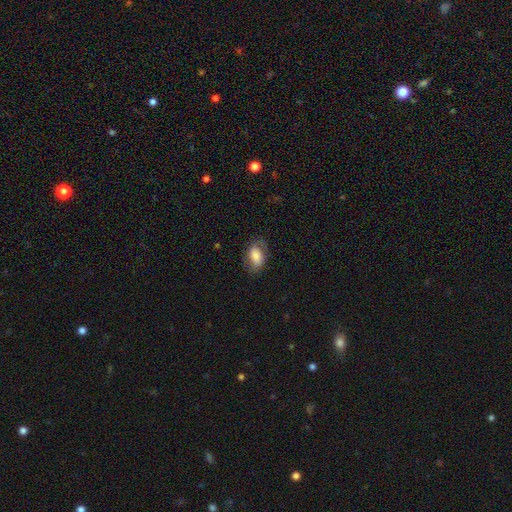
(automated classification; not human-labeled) smooth-or-featured: smooth: 68% | featured or disk: 24% | star or artifact: 8%
  how-rounded: in between: 88% | round: 10% | cigar-shaped: 2%
  merging: none: 69% | minor disturbance: 20% | major disturbance: 10% | merger: 1%